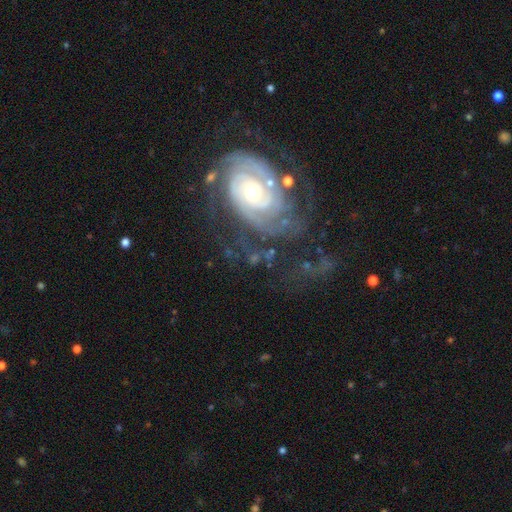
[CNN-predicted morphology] featured or disk 87%, star or artifact 7%, smooth 6%. Down the decision tree: edge-on disk — no (96%); bar — no (64%); spiral arms — yes (95%); spiral arm count — can't tell (34%); spiral winding — tight (71%); bulge size — moderate (56%); merging — none (55%).